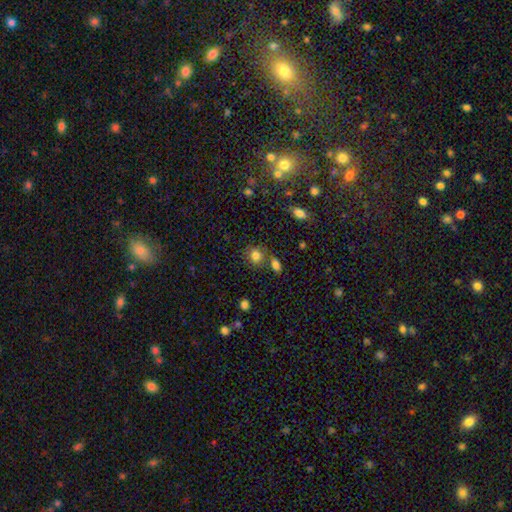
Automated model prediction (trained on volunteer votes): The model was most divided on "how rounded": round: 72%, in between: 27%, cigar-shaped: 1%. More confident: smooth or featured — smooth (82%); merging — none (66%).